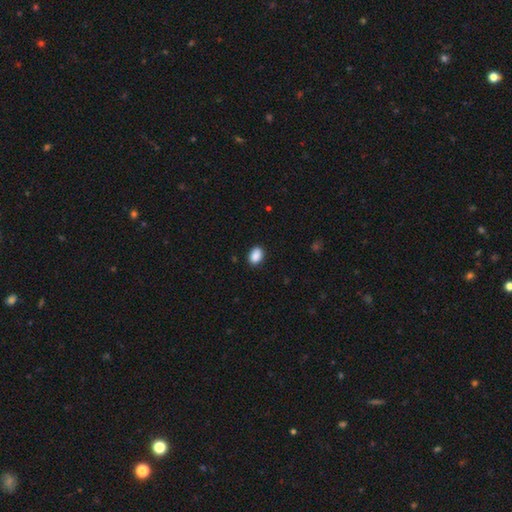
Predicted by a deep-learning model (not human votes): Overall: smooth (89%). How rounded: in between (78%). Merging: none (88%).